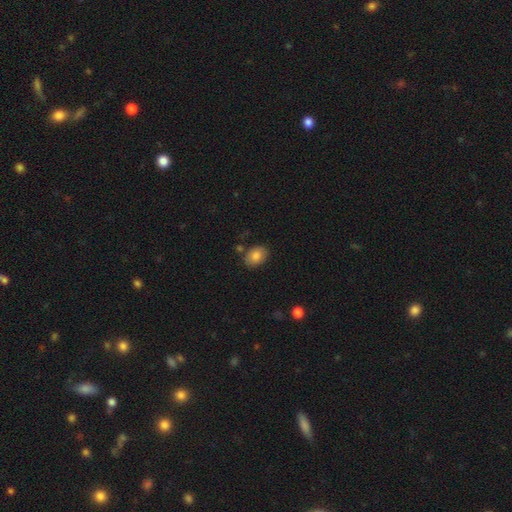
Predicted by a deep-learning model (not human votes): A smooth galaxy with no disk features (85%) that is in between round and cigar-shaped (77%). Merging: none (79%).